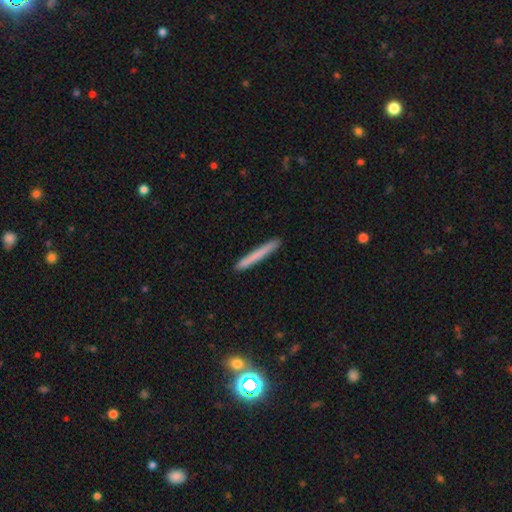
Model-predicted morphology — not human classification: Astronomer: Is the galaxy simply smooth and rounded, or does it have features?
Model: smooth — 71%.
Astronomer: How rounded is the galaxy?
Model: cigar-shaped — 97%.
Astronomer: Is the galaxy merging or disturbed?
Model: none — 91%.